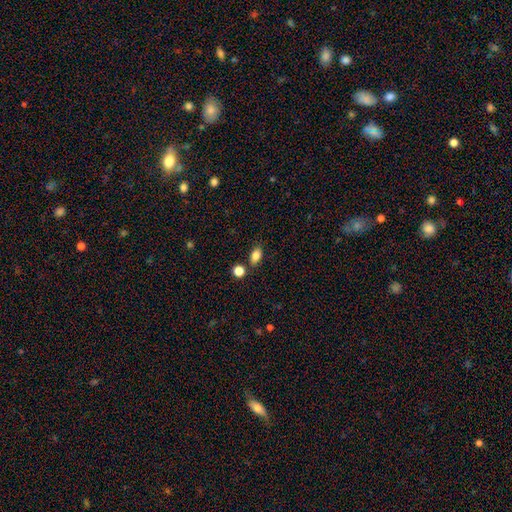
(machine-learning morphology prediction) A smooth galaxy with no disk features (84%) that is in between round and cigar-shaped (85%).

Vote fractions:
- Smooth or featured? smooth: 84% / star or artifact: 10% / featured or disk: 6%
- How rounded? in between: 85% / round: 12% / cigar-shaped: 3%
- Merging? none: 78% / minor disturbance: 12% / merger: 7% / major disturbance: 3%